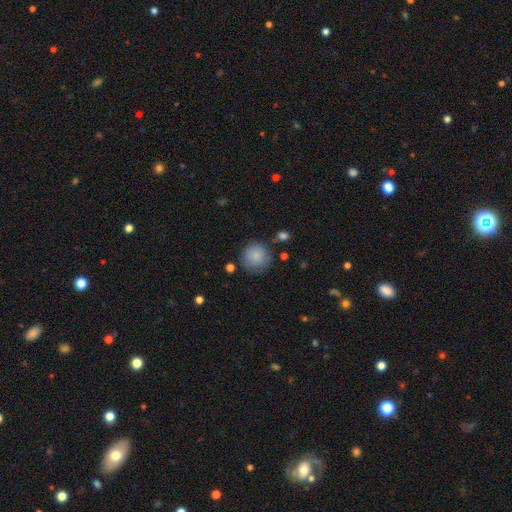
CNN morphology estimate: The model was most divided on "merging": none: 79%, minor disturbance: 13%, major disturbance: 4%, merger: 3%. More confident: how rounded — round (94%); smooth or featured — smooth (86%).